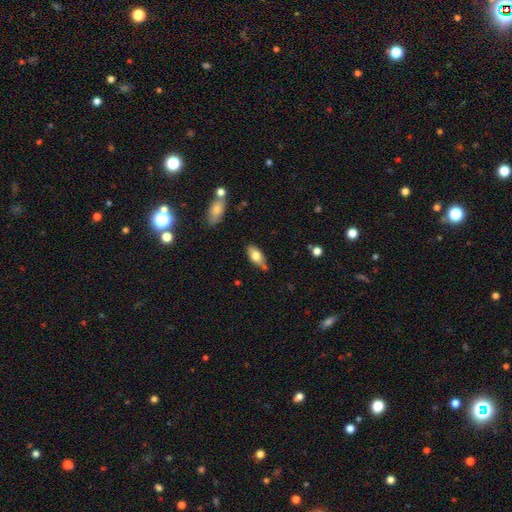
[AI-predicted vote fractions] The model was most divided on "merging": none: 68%, minor disturbance: 22%, merger: 6%, major disturbance: 4%. More confident: how rounded — in between (85%); smooth or featured — smooth (72%).